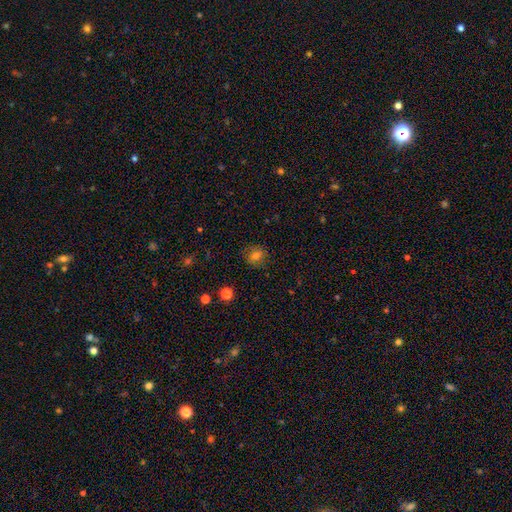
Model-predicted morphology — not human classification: Smooth or featured? Predicted: smooth (p=0.73). How rounded? Predicted: round (p=0.78). Merging? Predicted: none (p=0.84).